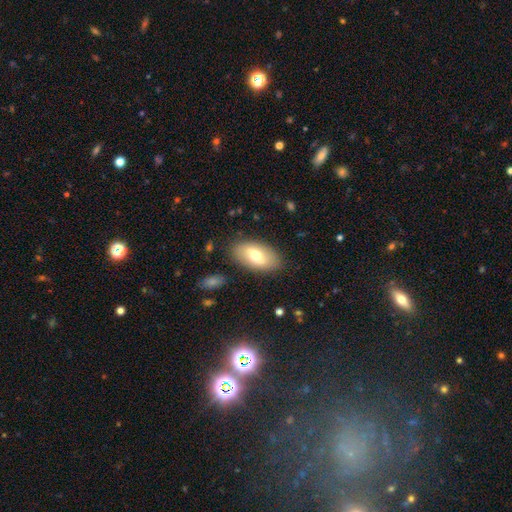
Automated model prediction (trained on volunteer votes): smooth-or-featured: smooth: 67% | featured or disk: 27% | star or artifact: 6%
  how-rounded: in between: 93% | round: 4% | cigar-shaped: 3%
  merging: none: 84% | minor disturbance: 11% | major disturbance: 3% | merger: 2%